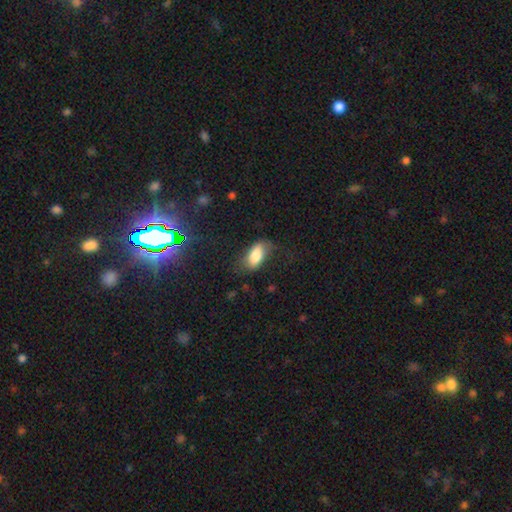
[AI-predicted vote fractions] Morphology: type=smooth (77%); roundness=in between (90%); merging=none (59%).